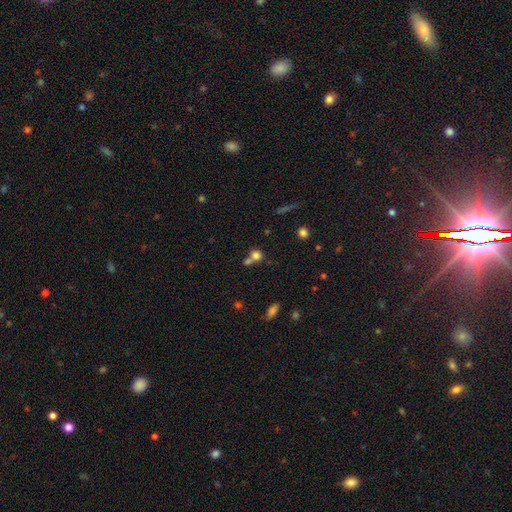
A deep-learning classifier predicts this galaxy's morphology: The model was most divided on "merging": merger: 48%, none: 40%, minor disturbance: 8%, major disturbance: 4%. More confident: how rounded — round (78%); smooth or featured — smooth (75%).